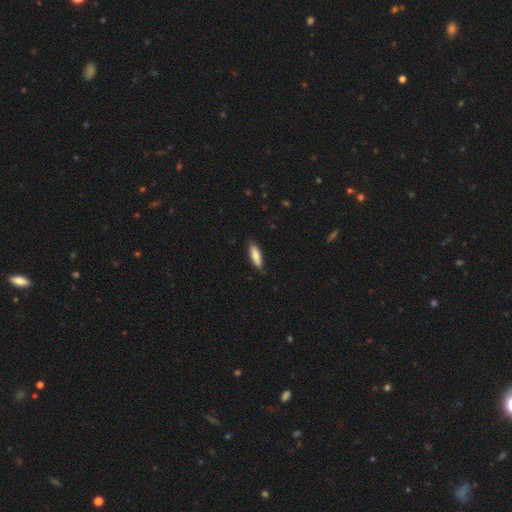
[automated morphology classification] This is clearly a smooth galaxy (82%). How rounded: possibly in between (52%). Merging: clearly none (81%).